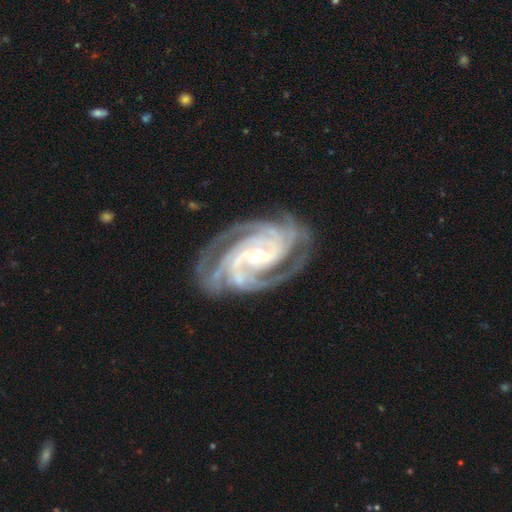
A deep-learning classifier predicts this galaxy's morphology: A featured or disk galaxy (93%) with no bar (42%), 4 (35%) tight (66%) spiral arms (99%) and a small central bulge (68%).

Vote fractions:
- Smooth or featured? featured or disk: 93% / star or artifact: 4% / smooth: 2%
- Edge-on disk? no: 97% / yes: 3%
- Bar? no: 42% / weak: 34% / strong: 24%
- Spiral arms? yes: 99% / no: 1%
- Spiral winding? tight: 66% / medium: 31% / loose: 3%
- Spiral arm count? 4: 35% / 3: 31% / 2: 12% / can't tell: 9% / more than 4: 8% / 1: 6%
- Bulge size? small: 68% / moderate: 29% / large: 1% / none: 1% / dominant: 1%
- Merging? none: 77% / minor disturbance: 15% / major disturbance: 6% / merger: 2%